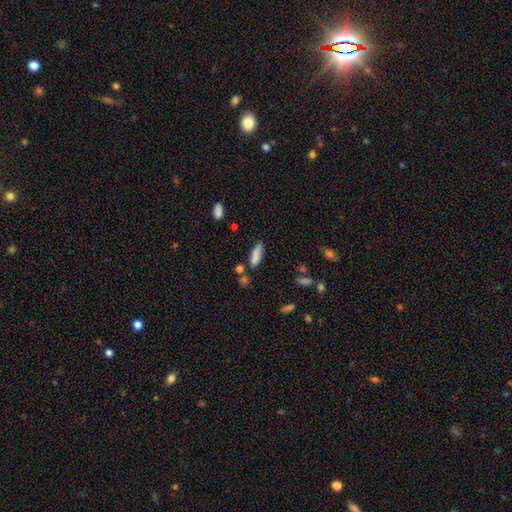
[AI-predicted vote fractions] smooth-or-featured: smooth: 82% | featured or disk: 10% | star or artifact: 8%
  how-rounded: cigar-shaped: 61% | in between: 37% | round: 2%
  merging: none: 70% | minor disturbance: 17% | merger: 9% | major disturbance: 4%